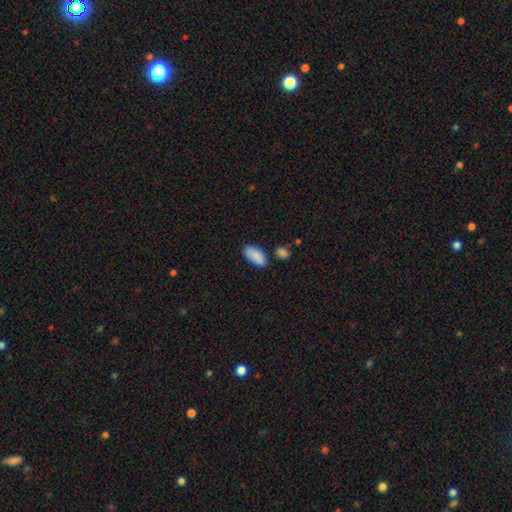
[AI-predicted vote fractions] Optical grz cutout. It shows a smooth galaxy with no disk features (87%) that is in between round and cigar-shaped (91%). Merging: none (74%).